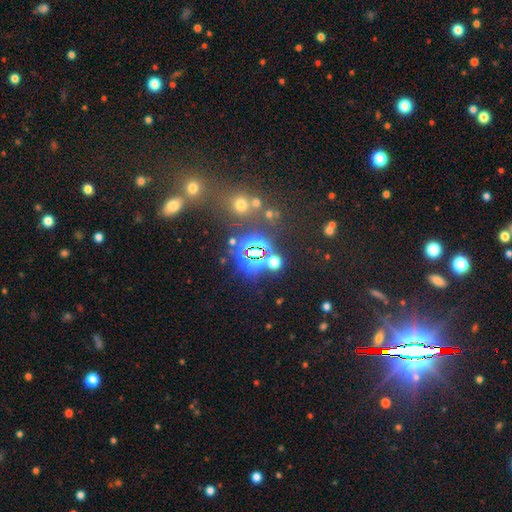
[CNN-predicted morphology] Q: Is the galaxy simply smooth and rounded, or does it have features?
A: star or artifact — 71%.